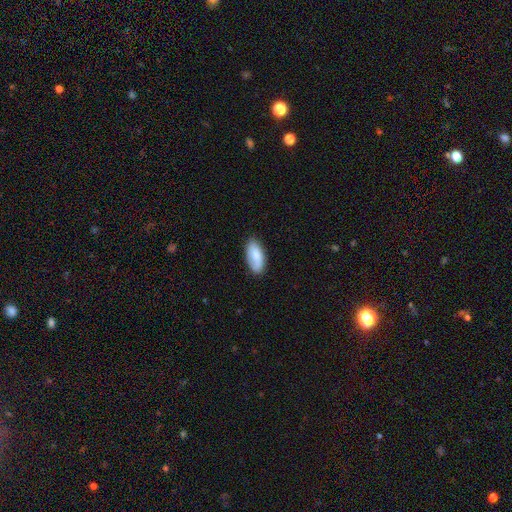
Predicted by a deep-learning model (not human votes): Overall: smooth (78%). How rounded: in between (92%). Merging: none (81%).